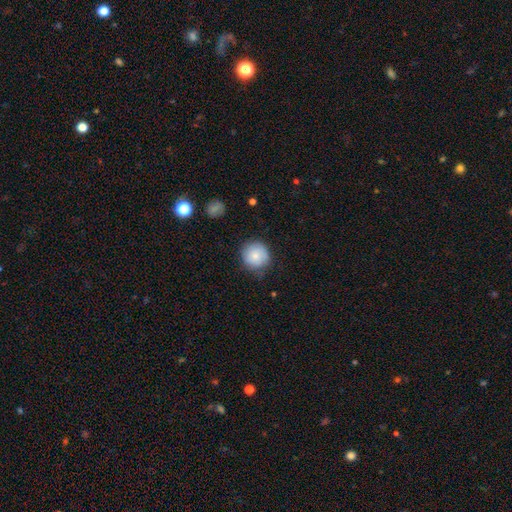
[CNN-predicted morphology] A smooth galaxy with no disk features (81%) that is round (93%). Merging: none (75%).